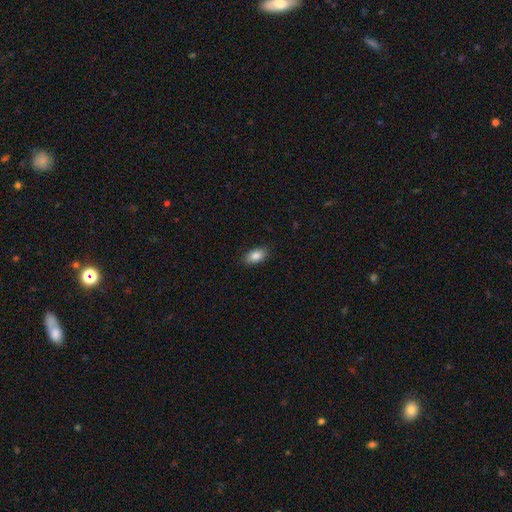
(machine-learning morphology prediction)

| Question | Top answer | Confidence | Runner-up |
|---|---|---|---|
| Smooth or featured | smooth | 86% | star or artifact (7%) |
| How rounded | in between | 92% | round (5%) |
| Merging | none | 87% | minor disturbance (10%) |